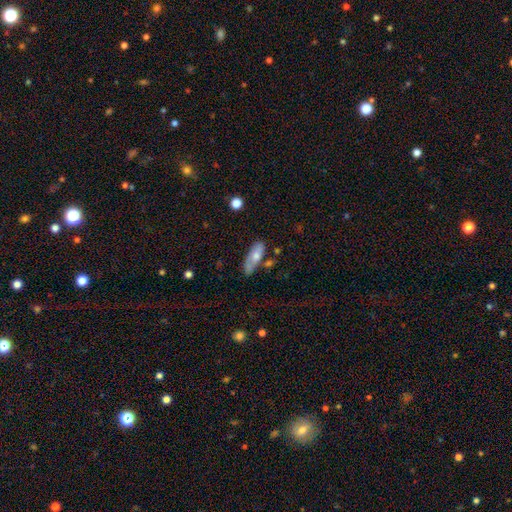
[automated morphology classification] Smooth or featured: smooth — 59% (featured or disk — 33%)
How rounded: in between — 66% (cigar-shaped — 31%)
Merging: none — 59% (minor disturbance — 25%)